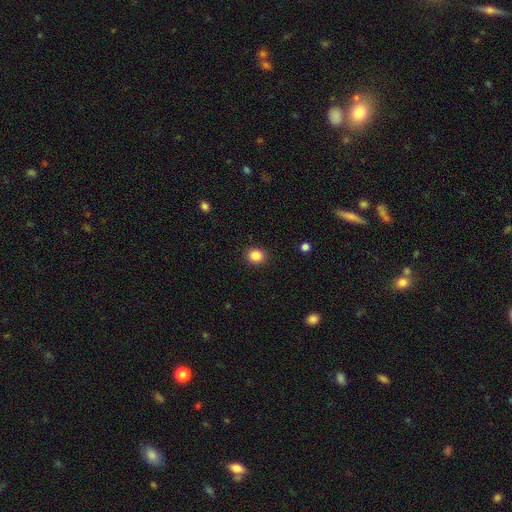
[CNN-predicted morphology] This appears to be a smooth galaxy with no disk features (86%) that is round (73%). Merging: none (90%).